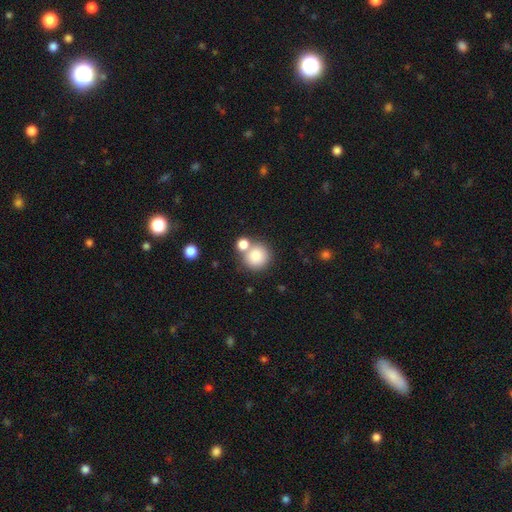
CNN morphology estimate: Smooth or featured: smooth — 83% (star or artifact — 10%)
How rounded: round — 90% (in between — 9%)
Merging: none — 59% (merger — 29%)